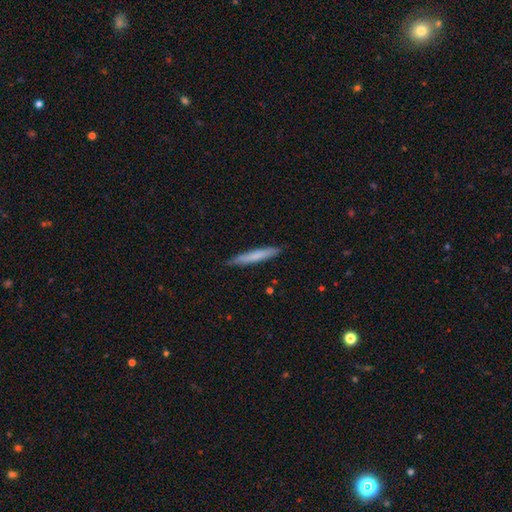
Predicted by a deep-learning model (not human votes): smooth_or_featured: smooth (p=0.70) [alt: featured or disk p=0.25]
how_rounded: cigar-shaped (p=0.94) [alt: in between p=0.04]
merging: none (p=0.86) [alt: minor disturbance p=0.11]